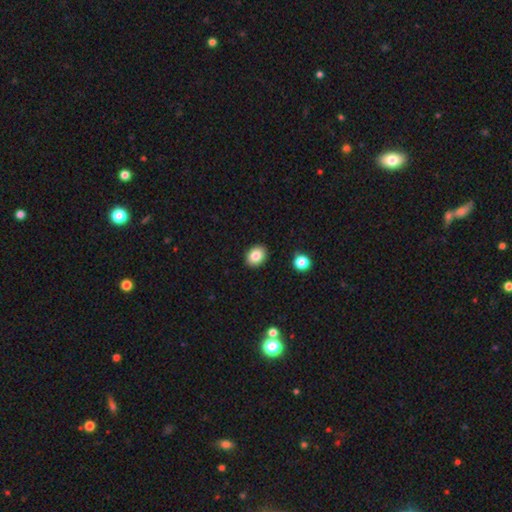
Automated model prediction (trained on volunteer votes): Q: Smooth or featured?
A: smooth (84%); runner-up: star or artifact (9%)
Q: How rounded?
A: in between (50%); runner-up: round (49%)
Q: Merging?
A: none (90%); runner-up: minor disturbance (7%)